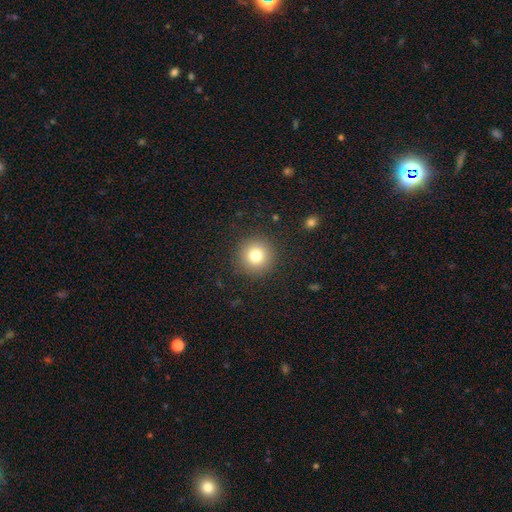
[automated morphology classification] Overall: smooth (79%). How rounded: round (95%). Merging: none (90%).